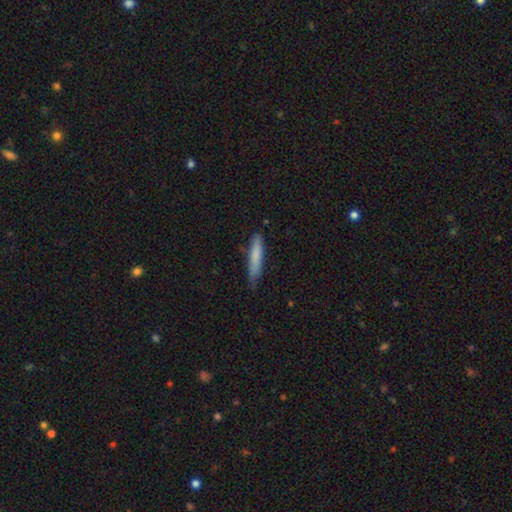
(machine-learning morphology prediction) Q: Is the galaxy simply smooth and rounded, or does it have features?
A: smooth — 78%.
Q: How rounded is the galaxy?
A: cigar-shaped — 90%.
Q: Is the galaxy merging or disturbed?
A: none — 75%.